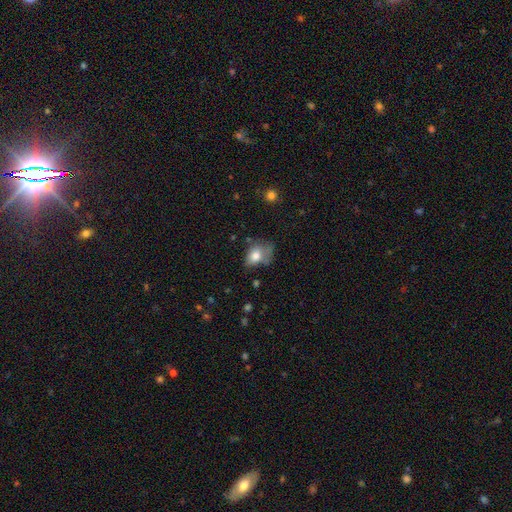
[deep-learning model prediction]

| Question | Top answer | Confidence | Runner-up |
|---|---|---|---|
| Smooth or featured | smooth | 75% | featured or disk (16%) |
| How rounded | in between | 74% | round (24%) |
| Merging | none | 36% | tied: minor disturbance (36%) |